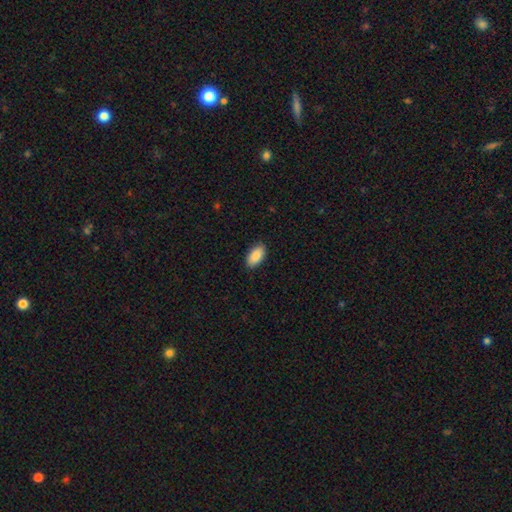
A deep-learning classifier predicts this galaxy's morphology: Overall: smooth (88%). How rounded: in between (94%). Merging: none (89%).